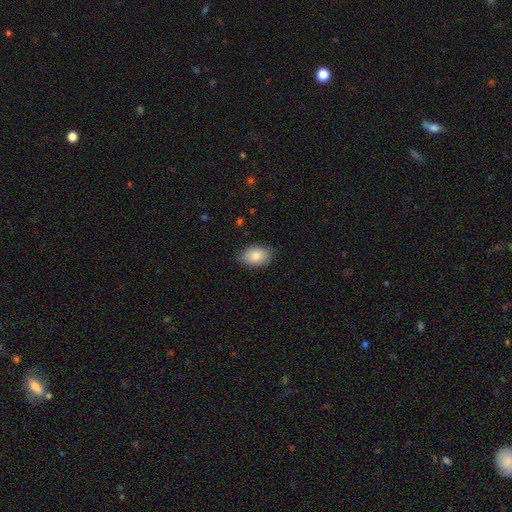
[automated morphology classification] A smooth galaxy with no disk features (85%) that is in between round and cigar-shaped (88%).

Vote fractions:
- Smooth or featured? smooth: 85% / featured or disk: 8% / star or artifact: 7%
- How rounded? in between: 88% / round: 11% / cigar-shaped: 1%
- Merging? none: 83% / minor disturbance: 13% / major disturbance: 3% / merger: 1%